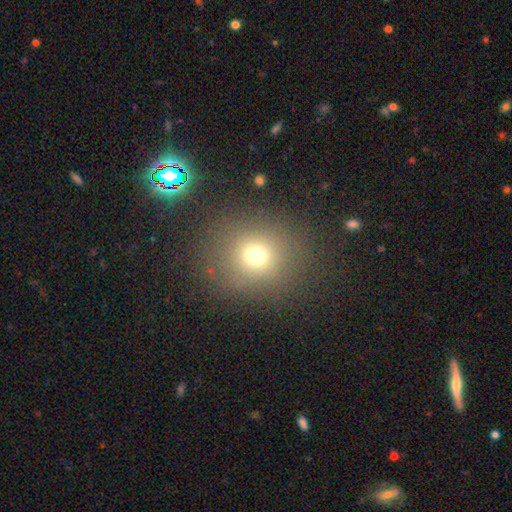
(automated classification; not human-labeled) smooth_or_featured: smooth (p=0.70) [alt: star or artifact p=0.20]
how_rounded: round (p=0.80) [alt: in between p=0.19]
merging: none (p=0.83) [alt: minor disturbance p=0.09]